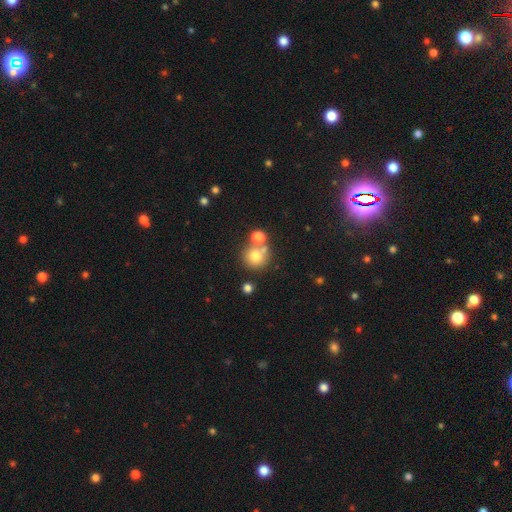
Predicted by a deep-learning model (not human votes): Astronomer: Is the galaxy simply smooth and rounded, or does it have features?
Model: smooth — 74%.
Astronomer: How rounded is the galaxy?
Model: round — 90%.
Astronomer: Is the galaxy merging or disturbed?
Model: none — 57%.